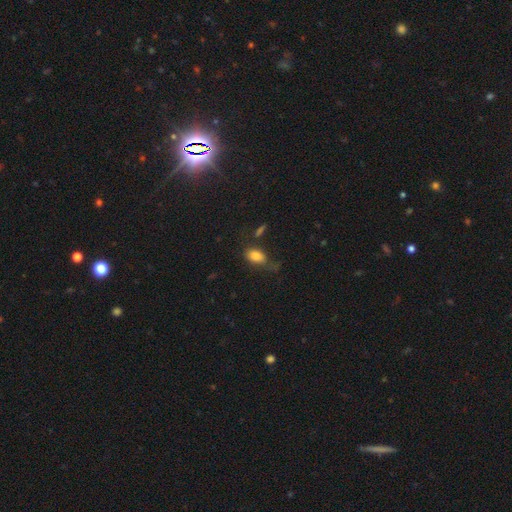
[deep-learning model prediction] Smooth or featured?
  - smooth: 83% *
  - star or artifact: 9%
  - featured or disk: 8%
How rounded?
  - in between: 87% *
  - round: 10%
  - cigar-shaped: 3%
Merging?
  - none: 51% *
  - minor disturbance: 26%
  - major disturbance: 18%
  - merger: 6%